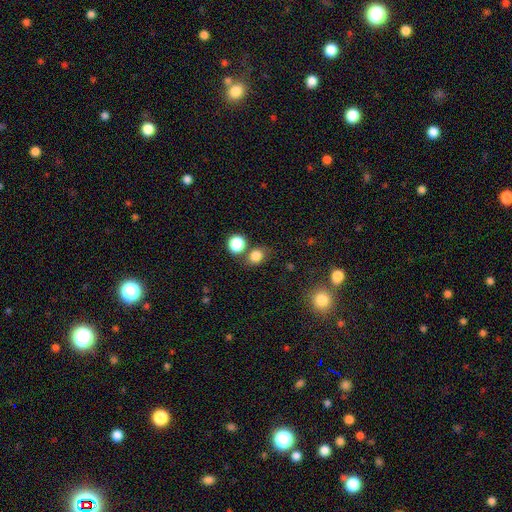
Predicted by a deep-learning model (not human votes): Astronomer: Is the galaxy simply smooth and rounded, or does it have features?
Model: smooth — 82%.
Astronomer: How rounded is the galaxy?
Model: round — 68%.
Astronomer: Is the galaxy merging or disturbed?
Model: none — 67%.